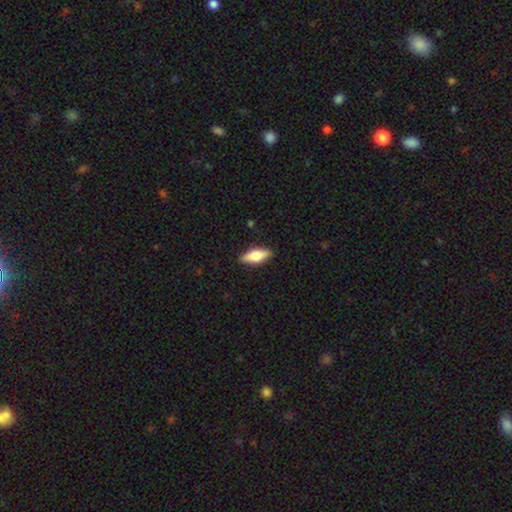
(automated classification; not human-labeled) Smooth or featured? Predicted: smooth (p=0.66). How rounded? Predicted: in between (p=0.68). Merging? Predicted: none (p=0.88).